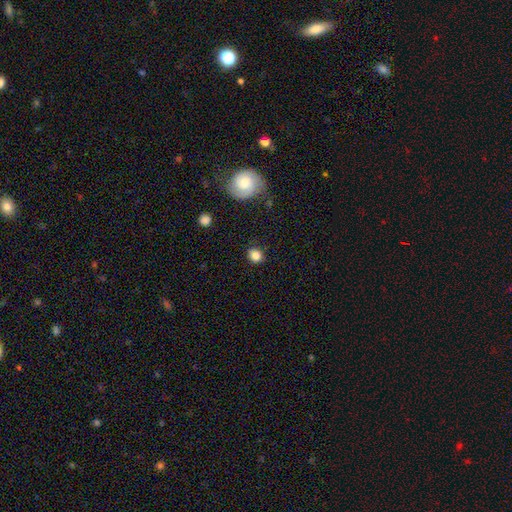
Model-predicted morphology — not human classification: Smooth or featured? smooth (84%)
How rounded? round (71%)
Merging? none (85%)